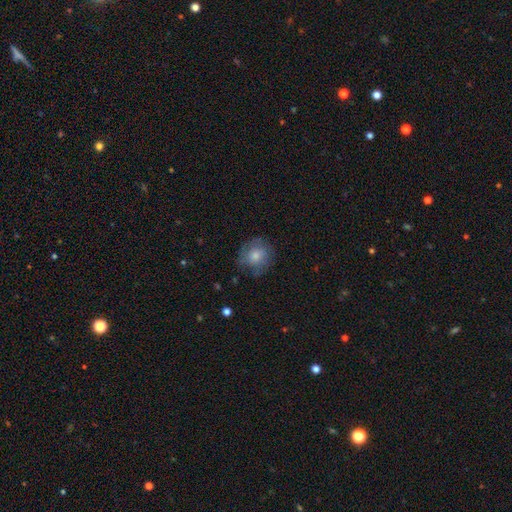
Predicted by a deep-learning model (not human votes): This is likely a smooth galaxy (66%). How rounded: clearly round (83%). Merging: likely none (71%).